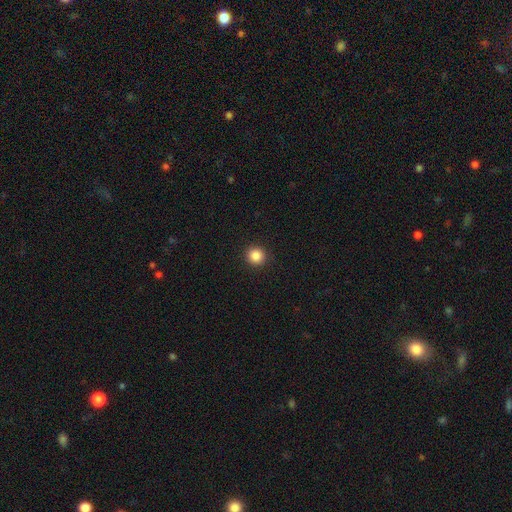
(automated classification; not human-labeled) This is clearly a smooth galaxy (86%). How rounded: clearly round (94%). Merging: clearly none (93%).